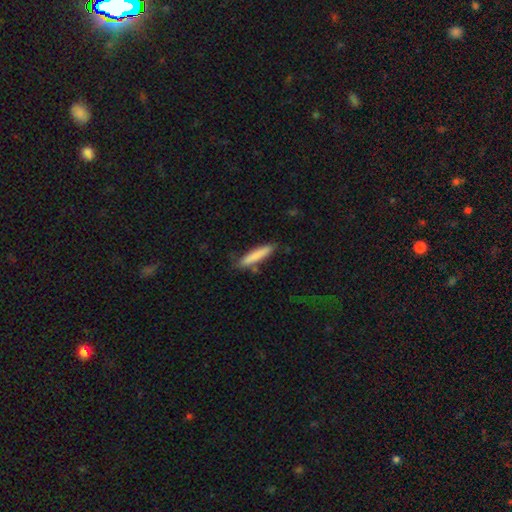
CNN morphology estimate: The model was most divided on "merging": none: 78%, minor disturbance: 15%, merger: 4%, major disturbance: 3%. More confident: how rounded — cigar-shaped (89%); smooth or featured — smooth (81%).